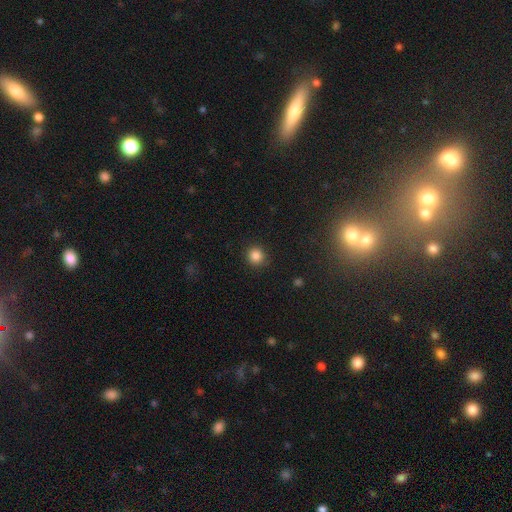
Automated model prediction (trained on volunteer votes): smooth 85%, star or artifact 11%, featured or disk 4%. Down the decision tree: how rounded — round (93%); merging — none (90%).